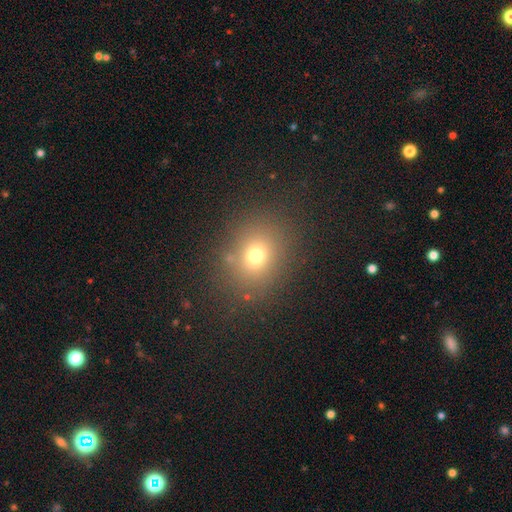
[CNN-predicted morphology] The model was most divided on "how rounded": round: 65%, in between: 34%, cigar-shaped: 1%. More confident: merging — none (83%); smooth or featured — smooth (70%).